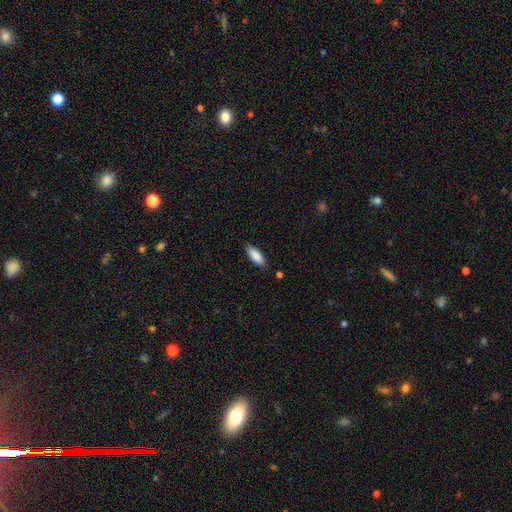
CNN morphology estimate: smooth-or-featured: smooth: 88% | star or artifact: 6% | featured or disk: 6%
  how-rounded: in between: 75% | cigar-shaped: 23% | round: 2%
  merging: none: 86% | minor disturbance: 10% | major disturbance: 2% | merger: 2%